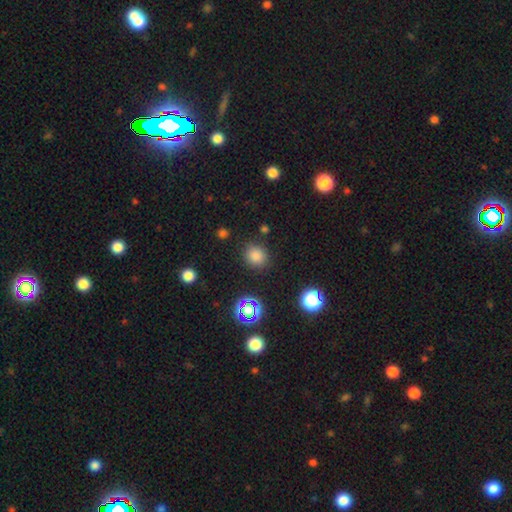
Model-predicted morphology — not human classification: Overall: smooth (76%). How rounded: round (79%). Merging: none (84%).